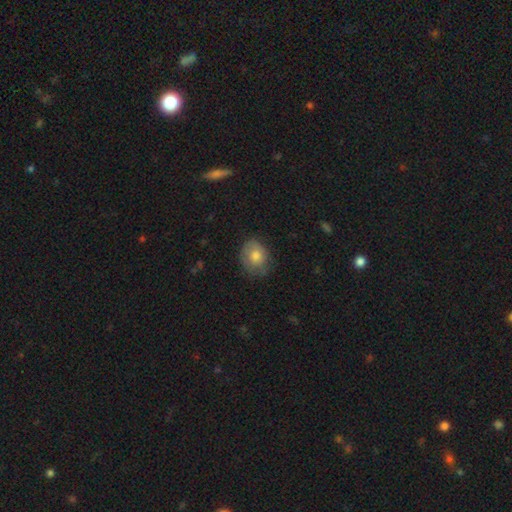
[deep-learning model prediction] A smooth galaxy with no disk features (71%) that is round (58%).

Vote fractions:
- Smooth or featured? smooth: 71% / featured or disk: 22% / star or artifact: 8%
- How rounded? round: 58% / in between: 41% / cigar-shaped: 1%
- Merging? none: 66% / minor disturbance: 25% / major disturbance: 7% / merger: 1%